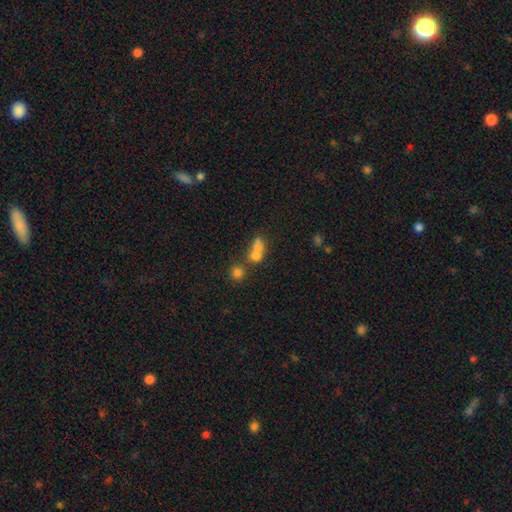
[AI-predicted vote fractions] smooth_or_featured: smooth (p=0.65) [alt: featured or disk p=0.20]
how_rounded: round (p=0.64) [alt: in between p=0.33]
merging: merger (p=0.60) [alt: none p=0.28]